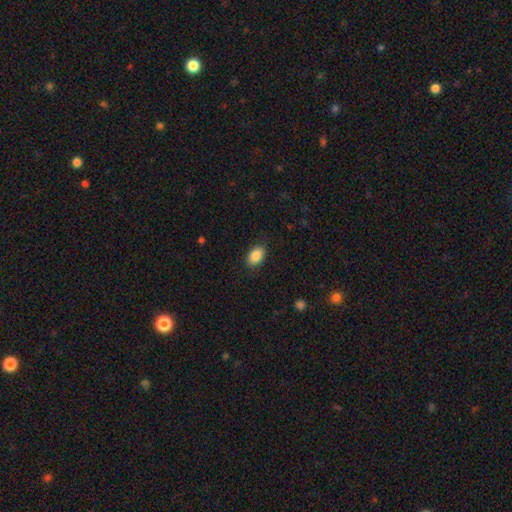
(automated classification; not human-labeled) smooth_or_featured: smooth (p=0.87) [alt: star or artifact p=0.08]
how_rounded: in between (p=0.88) [alt: round p=0.11]
merging: none (p=0.87) [alt: minor disturbance p=0.10]